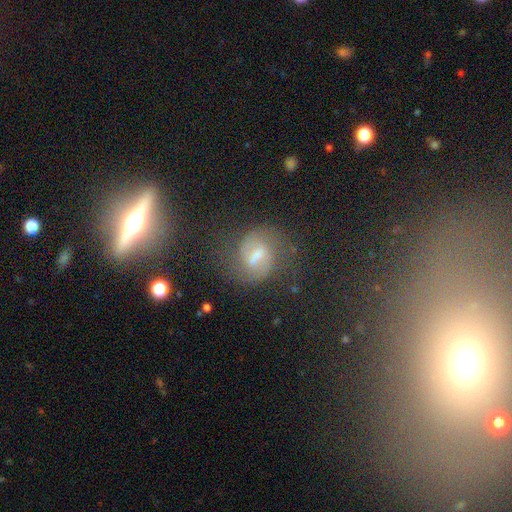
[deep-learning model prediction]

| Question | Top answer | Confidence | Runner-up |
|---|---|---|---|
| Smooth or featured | featured or disk | 62% | smooth (21%) |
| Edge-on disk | no | 95% | yes (5%) |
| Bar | weak | 51% | strong (35%) |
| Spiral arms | yes | 85% | no (15%) |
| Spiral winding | medium | 50% | loose (27%) |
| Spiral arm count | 2 | 84% | can't tell (9%) |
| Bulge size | small | 43% | moderate (38%) |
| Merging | none | 69% | minor disturbance (17%) |